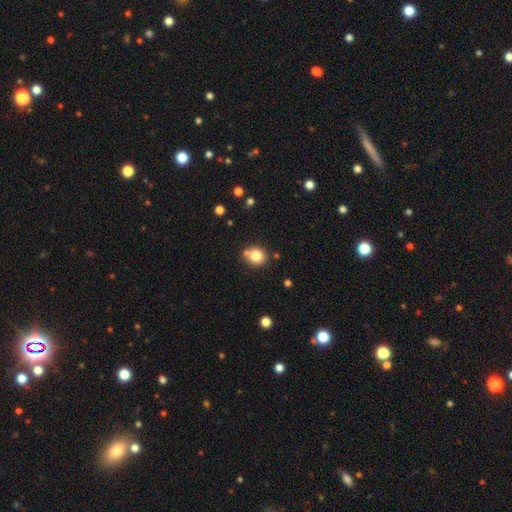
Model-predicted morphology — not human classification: Overall: smooth (81%). How rounded: round (84%). Merging: none (71%).